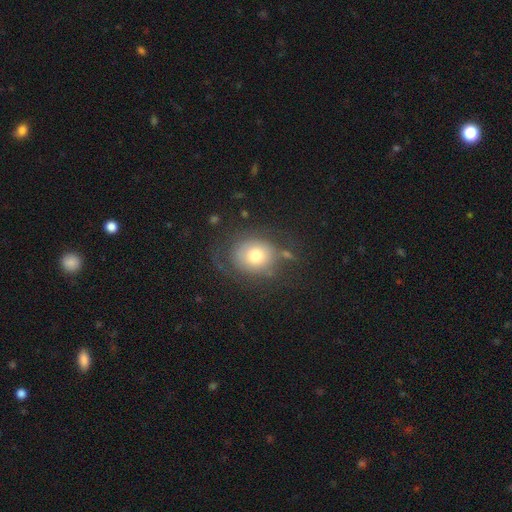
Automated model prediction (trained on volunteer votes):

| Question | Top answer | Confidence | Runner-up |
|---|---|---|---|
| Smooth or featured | smooth | 63% | featured or disk (27%) |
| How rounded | round | 70% | in between (29%) |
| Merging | none | 61% | minor disturbance (19%) |